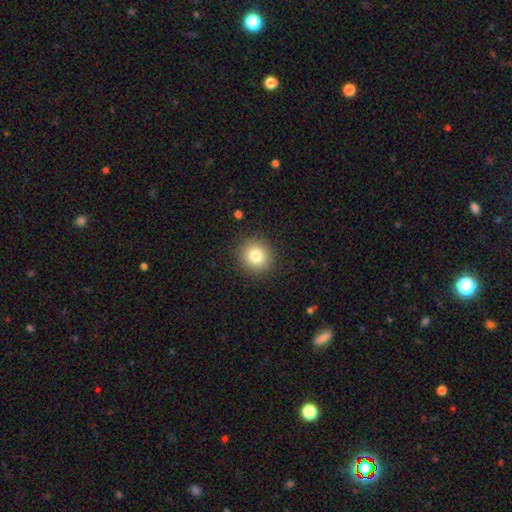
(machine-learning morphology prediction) type=smooth (80%); roundness=round (89%); merging=none (90%).